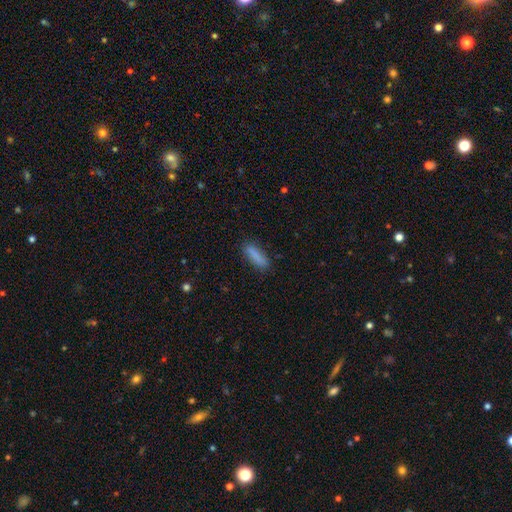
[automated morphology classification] smooth 85%, featured or disk 8%, star or artifact 8%. Down the decision tree: how rounded — cigar-shaped (60%); merging — none (84%).